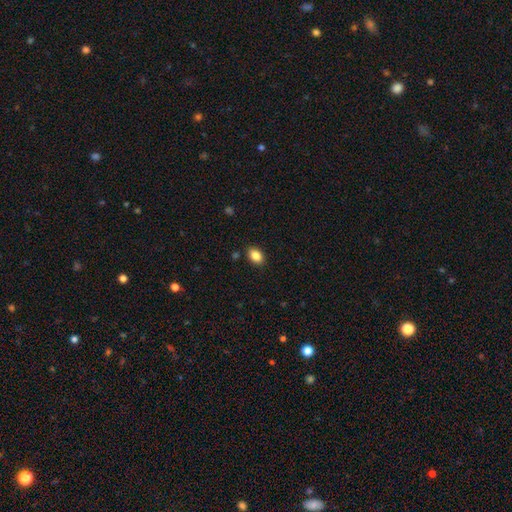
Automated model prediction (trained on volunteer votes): smooth 86%, star or artifact 9%, featured or disk 5%. Down the decision tree: how rounded — in between (81%); merging — none (88%).